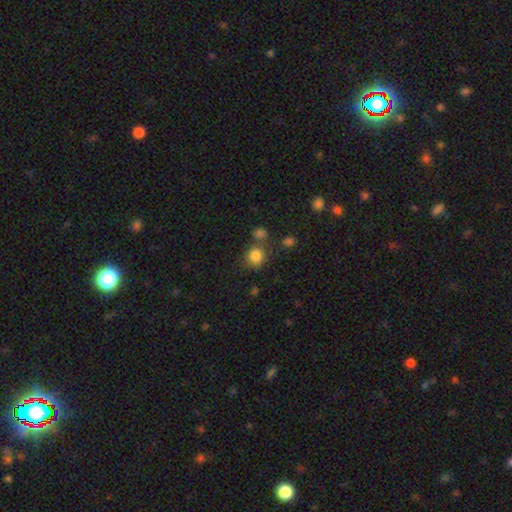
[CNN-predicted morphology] Smooth or featured?
  - smooth: 83% *
  - star or artifact: 12%
  - featured or disk: 5%
How rounded?
  - round: 84% *
  - in between: 15%
  - cigar-shaped: 1%
Merging?
  - none: 68% *
  - merger: 17%
  - minor disturbance: 11%
  - major disturbance: 4%